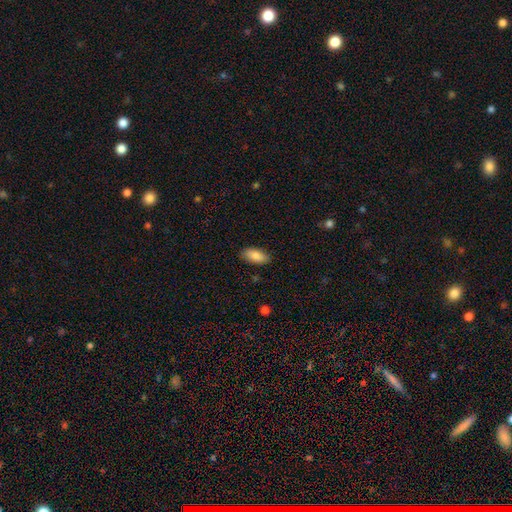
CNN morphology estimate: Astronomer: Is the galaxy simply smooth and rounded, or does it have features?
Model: smooth — 88%.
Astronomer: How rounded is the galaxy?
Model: in between — 88%.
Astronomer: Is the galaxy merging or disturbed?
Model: none — 86%.